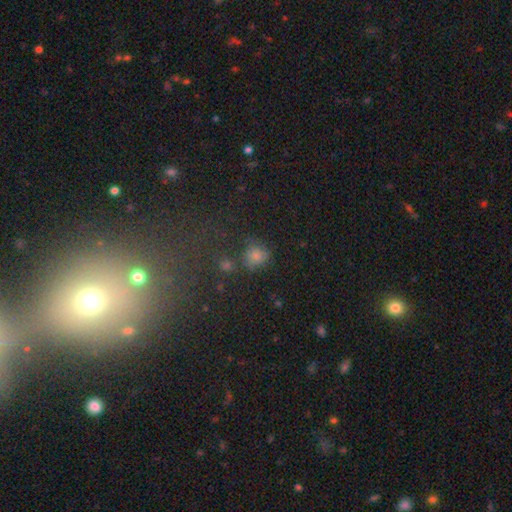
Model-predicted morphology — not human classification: smooth 63%, star or artifact 24%, featured or disk 13%. Down the decision tree: how rounded — round (79%); merging — none (66%).